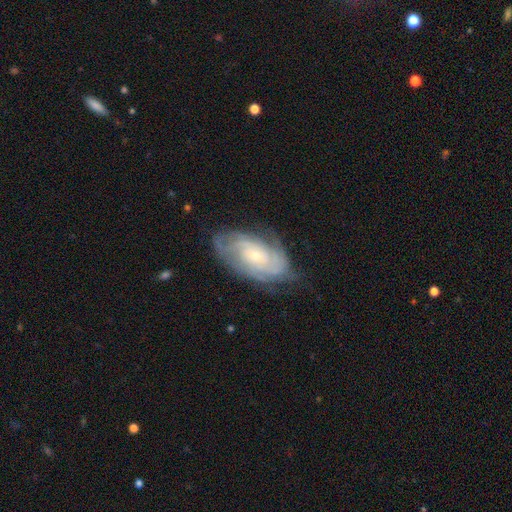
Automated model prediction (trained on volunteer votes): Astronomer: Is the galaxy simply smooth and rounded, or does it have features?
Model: featured or disk — 80%.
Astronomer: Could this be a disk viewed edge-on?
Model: no — 95%.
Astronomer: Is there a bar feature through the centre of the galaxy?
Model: no — 72%.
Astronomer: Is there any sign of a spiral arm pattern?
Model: yes — 93%.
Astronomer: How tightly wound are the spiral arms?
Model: tight — 68%.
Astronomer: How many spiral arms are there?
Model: can't tell — 43% (runner-up: 2, 20%).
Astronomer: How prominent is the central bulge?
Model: small — 69%.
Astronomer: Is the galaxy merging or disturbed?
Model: none — 71%.